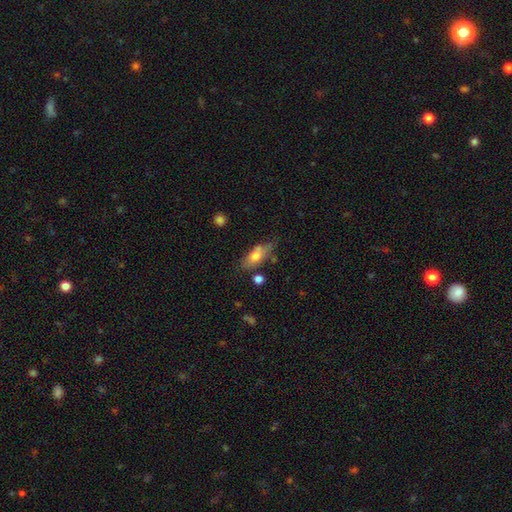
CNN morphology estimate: smooth_or_featured: smooth (p=0.68) [alt: featured or disk p=0.24]
how_rounded: in between (p=0.78) [alt: cigar-shaped p=0.18]
merging: none (p=0.54) [alt: minor disturbance p=0.27]